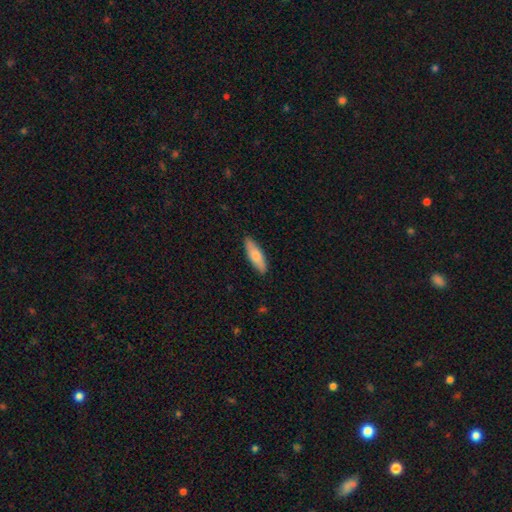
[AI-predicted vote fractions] Smooth or featured: smooth — 71% (featured or disk — 23%)
How rounded: cigar-shaped — 53% (in between — 45%)
Merging: none — 89% (minor disturbance — 9%)